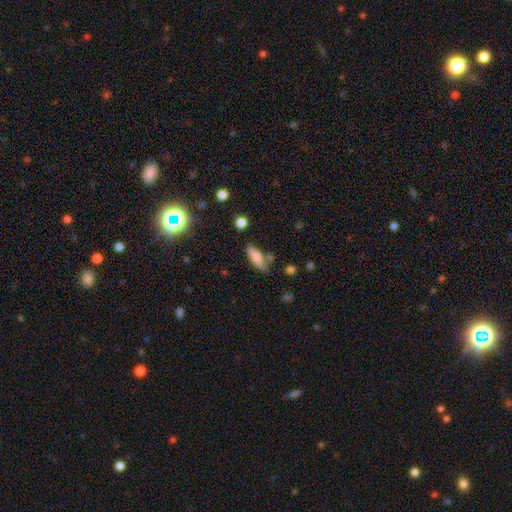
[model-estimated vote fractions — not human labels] Morphology: type=smooth (76%); roundness=in between (67%); merging=none (68%).